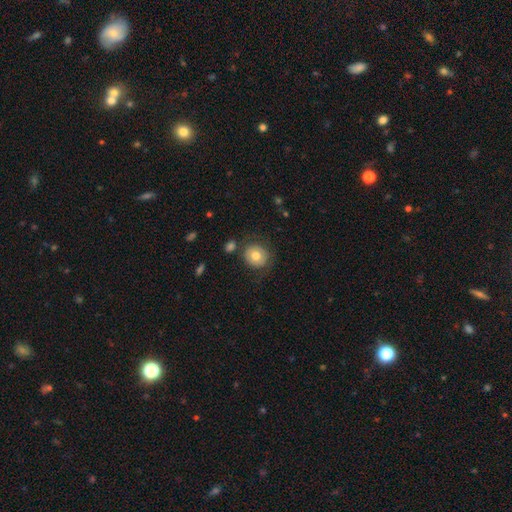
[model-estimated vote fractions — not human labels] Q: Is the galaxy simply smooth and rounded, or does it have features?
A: smooth — 72%.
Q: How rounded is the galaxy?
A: round — 85%.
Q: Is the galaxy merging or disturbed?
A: none — 74%.